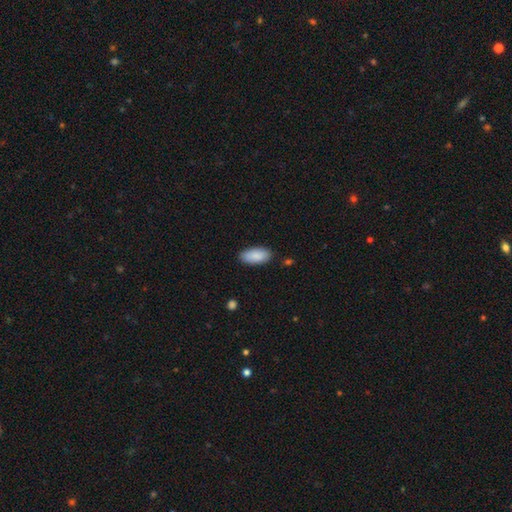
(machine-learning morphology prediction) A smooth galaxy with no disk features (89%) that is in between round and cigar-shaped (92%).

Vote fractions:
- Smooth or featured? smooth: 89% / star or artifact: 6% / featured or disk: 5%
- How rounded? in between: 92% / cigar-shaped: 6% / round: 2%
- Merging? none: 86% / minor disturbance: 10% / major disturbance: 2% / merger: 1%